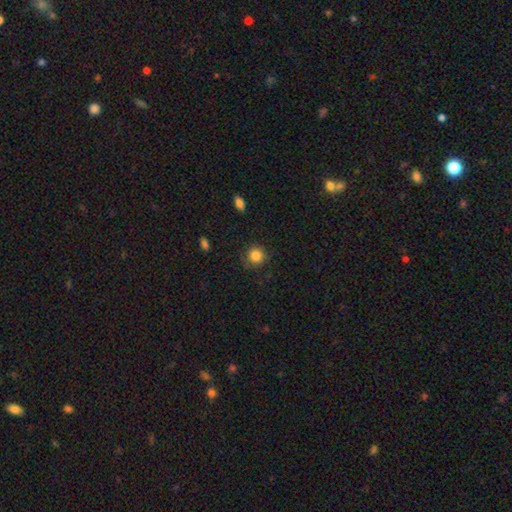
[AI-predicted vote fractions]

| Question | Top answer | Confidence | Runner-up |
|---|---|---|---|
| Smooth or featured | smooth | 84% | star or artifact (10%) |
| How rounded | round | 91% | in between (8%) |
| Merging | none | 84% | minor disturbance (12%) |